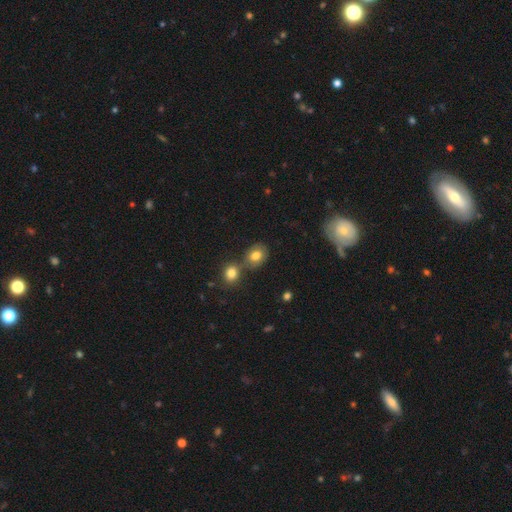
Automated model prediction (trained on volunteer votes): This is likely a smooth galaxy (77%). How rounded: possibly in between (50%). Merging: possibly none (57%).